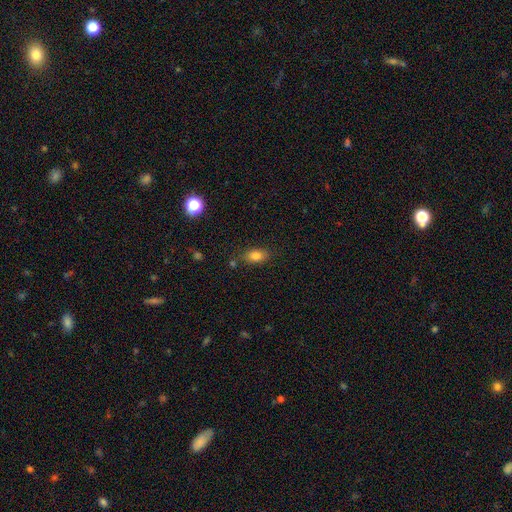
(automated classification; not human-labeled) A smooth galaxy with no disk features (80%) that is in between round and cigar-shaped (84%). Merging: none (79%).